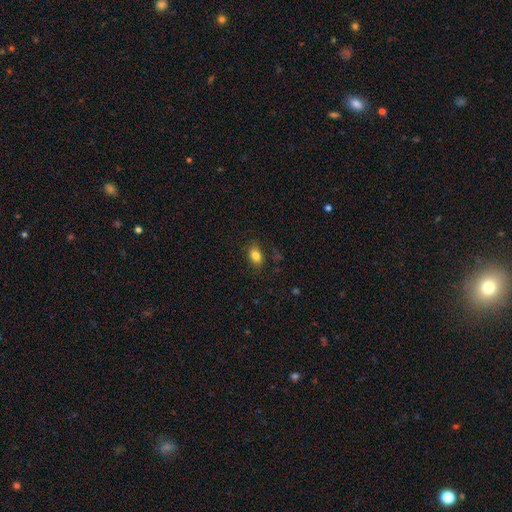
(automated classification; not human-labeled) Overall: smooth (82%). How rounded: in between (81%). Merging: none (83%).